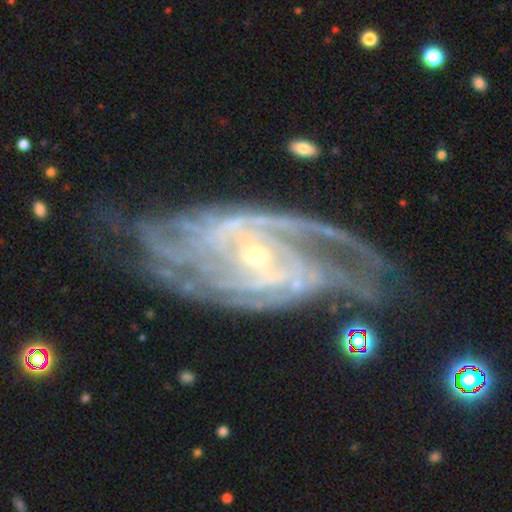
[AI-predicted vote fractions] The model was most divided on "spiral arm count": 2: 25%, can't tell: 22%, 3: 18%, 4: 17%, more than 4: 11%, 1: 7%. Remaining: spiral arms — yes (98%); edge-on disk — no (96%); smooth or featured — featured or disk (91%); bulge size — small (78%); merging — none (62%); spiral winding — tight (55%); bar — no (45%).